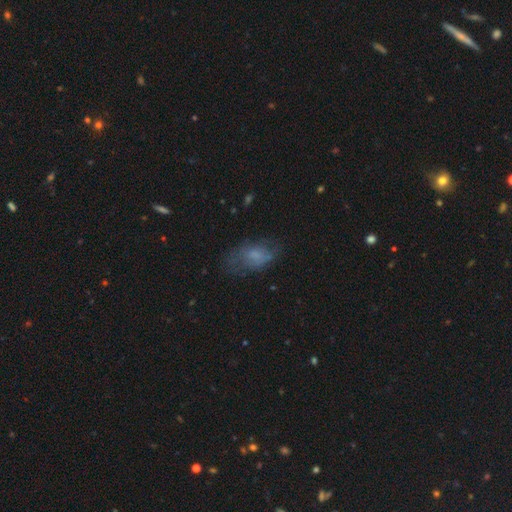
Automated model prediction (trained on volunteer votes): Smooth or featured?
  - smooth: 61% *
  - featured or disk: 27%
  - star or artifact: 12%
How rounded?
  - in between: 89% *
  - round: 8%
  - cigar-shaped: 3%
Merging?
  - none: 52% *
  - minor disturbance: 26%
  - major disturbance: 21%
  - merger: 2%